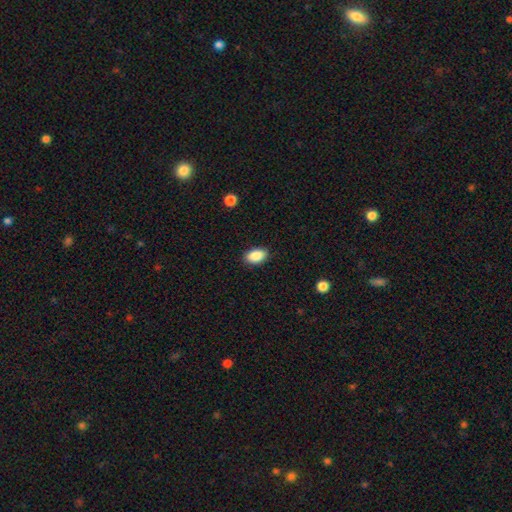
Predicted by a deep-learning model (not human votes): smooth_or_featured: smooth (p=0.89) [alt: star or artifact p=0.07]
how_rounded: in between (p=0.91) [alt: round p=0.08]
merging: none (p=0.87) [alt: minor disturbance p=0.09]